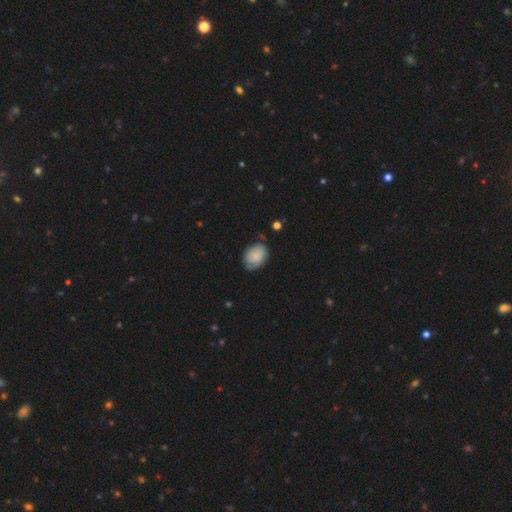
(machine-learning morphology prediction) A smooth galaxy with no disk features (76%) that is in between round and cigar-shaped (75%). Merging: none (69%).